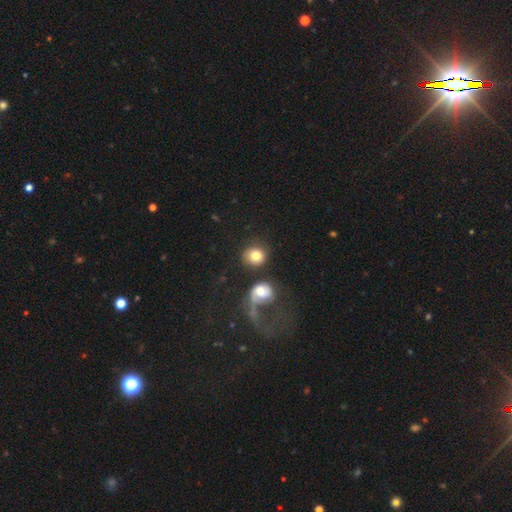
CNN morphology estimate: Smooth or featured: smooth — 78% (featured or disk — 14%)
How rounded: round — 85% (in between — 14%)
Merging: none — 66% (merger — 15%)